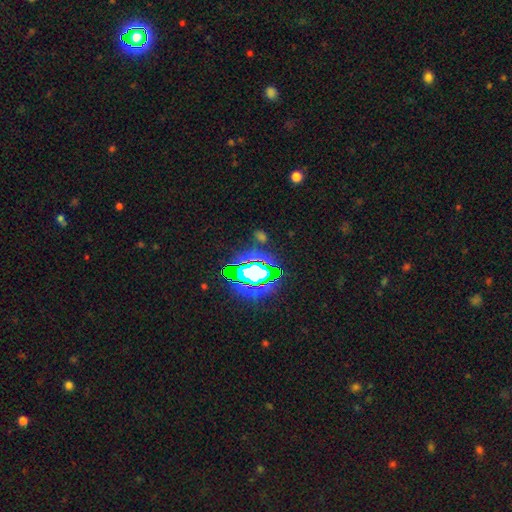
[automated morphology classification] Overall: star or artifact (80%).